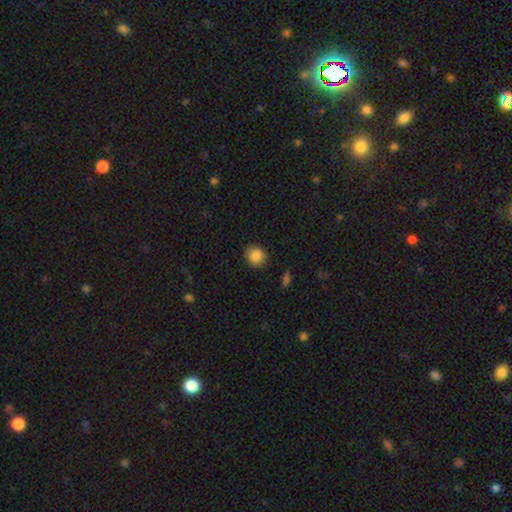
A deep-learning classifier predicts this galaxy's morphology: The model was most divided on "how rounded": round: 84%, in between: 15%, cigar-shaped: 1%. More confident: merging — none (87%); smooth or featured — smooth (86%).